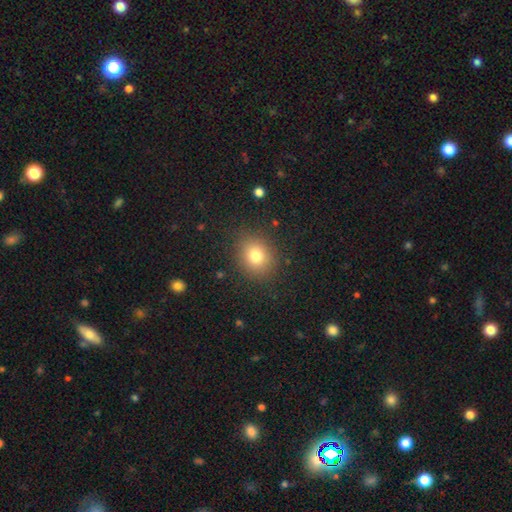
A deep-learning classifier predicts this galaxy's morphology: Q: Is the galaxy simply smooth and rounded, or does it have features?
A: smooth — 78%.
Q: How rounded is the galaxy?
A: round — 67%.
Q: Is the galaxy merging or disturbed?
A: none — 86%.